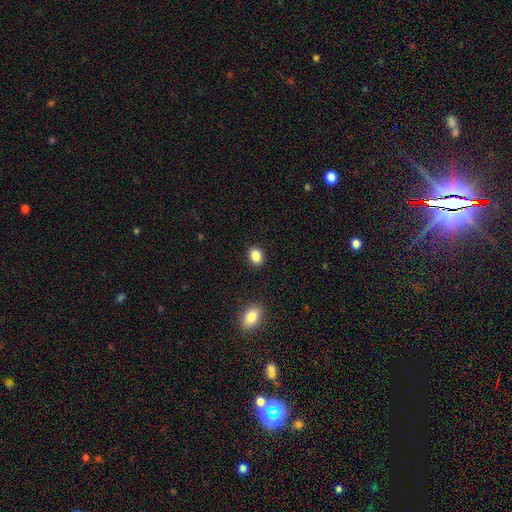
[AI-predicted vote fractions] Smooth or featured: smooth — 86% (star or artifact — 10%)
How rounded: in between — 53% (round — 46%)
Merging: none — 90% (minor disturbance — 7%)